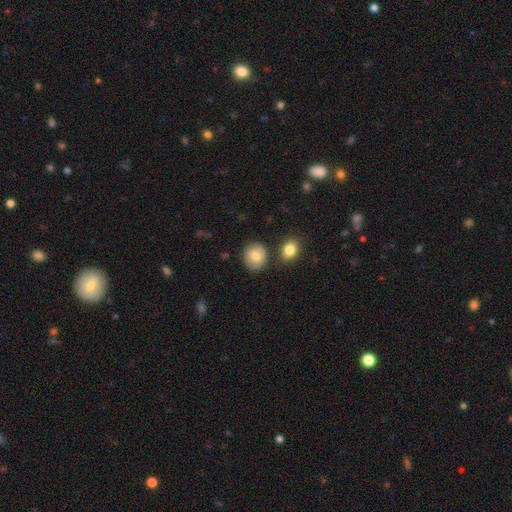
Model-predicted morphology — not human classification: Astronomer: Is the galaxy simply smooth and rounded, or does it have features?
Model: smooth — 78%.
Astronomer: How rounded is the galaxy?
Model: round — 72%.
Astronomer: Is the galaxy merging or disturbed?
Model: none — 78%.